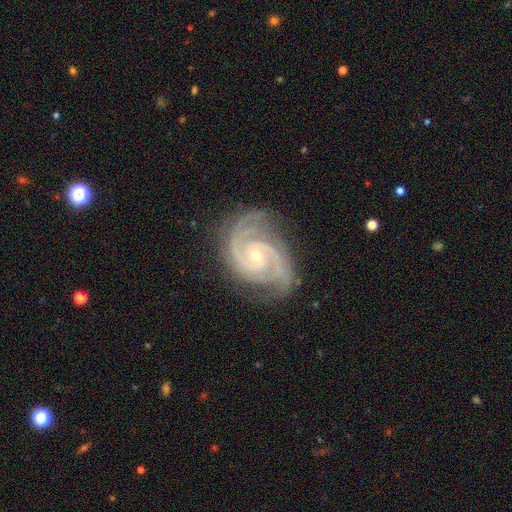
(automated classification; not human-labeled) Smooth or featured? featured or disk (93%)
Edge-on disk? no (98%)
Bar? no (62%)
Spiral arms? yes (99%)
Spiral winding? tight (63%)
Spiral arm count? 2 (53%)
Bulge size? small (68%)
Merging? none (77%)